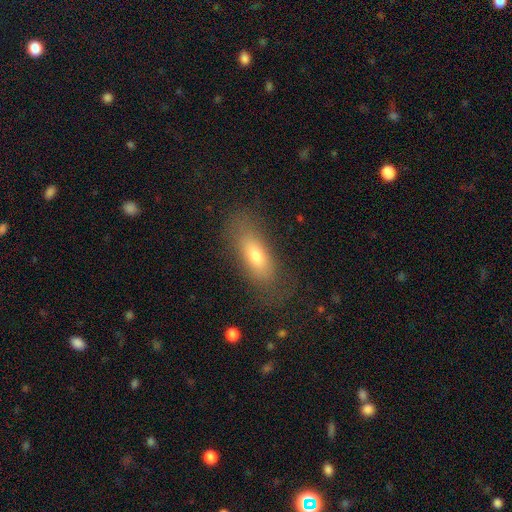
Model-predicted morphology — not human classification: smooth_or_featured: smooth (p=0.70) [alt: featured or disk p=0.21]
how_rounded: in between (p=0.71) [alt: cigar-shaped p=0.25]
merging: none (p=0.72) [alt: minor disturbance p=0.18]